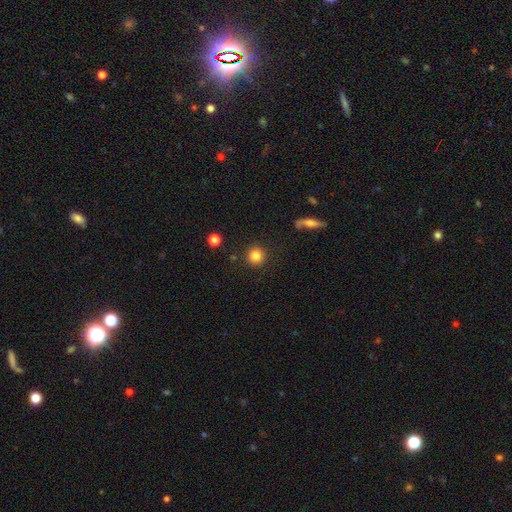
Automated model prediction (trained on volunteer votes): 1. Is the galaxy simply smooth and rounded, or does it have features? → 84% smooth, 10% star or artifact, 6% featured or disk.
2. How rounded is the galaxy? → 94% round, 5% in between, 1% cigar-shaped.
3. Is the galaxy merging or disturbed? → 89% none, 6% minor disturbance, 2% major disturbance, 2% merger.